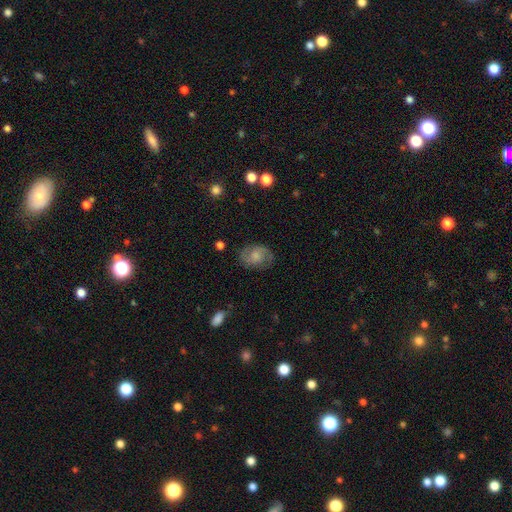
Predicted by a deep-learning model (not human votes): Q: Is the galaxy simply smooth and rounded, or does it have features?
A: featured or disk — 53%.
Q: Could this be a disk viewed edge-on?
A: no — 97%.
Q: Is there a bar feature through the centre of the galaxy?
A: no — 59%.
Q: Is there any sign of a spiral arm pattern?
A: yes — 86%.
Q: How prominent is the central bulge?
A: moderate — 32%.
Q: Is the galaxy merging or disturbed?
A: none — 75%.